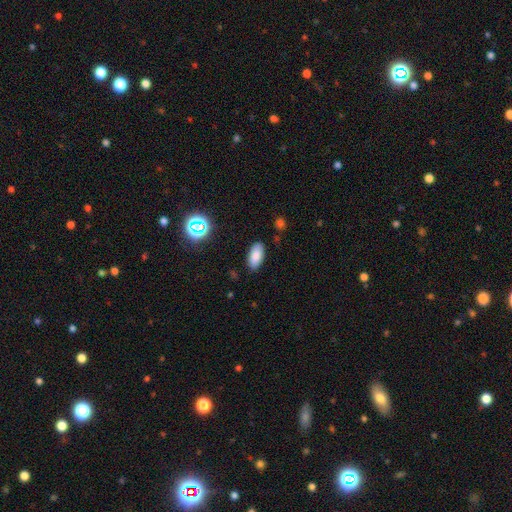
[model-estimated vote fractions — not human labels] A smooth galaxy with no disk features (84%) that is in between round and cigar-shaped (92%). Merging: none (86%).